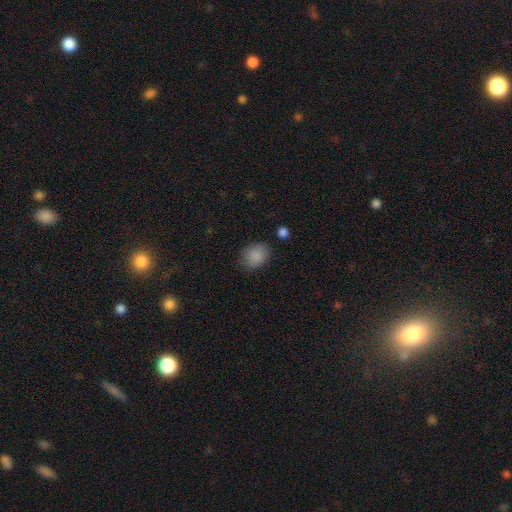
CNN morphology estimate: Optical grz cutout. It shows a smooth galaxy with no disk features (87%) that is in between round and cigar-shaped (69%). Merging: none (76%).